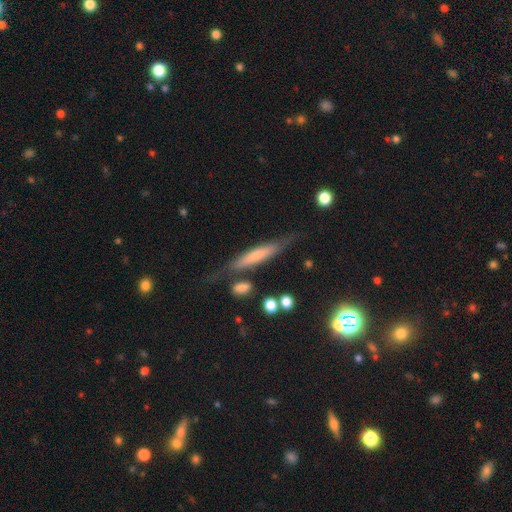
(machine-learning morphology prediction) Smooth or featured: smooth — 48% (featured or disk — 45%)
Merging: none — 67% (minor disturbance — 19%)